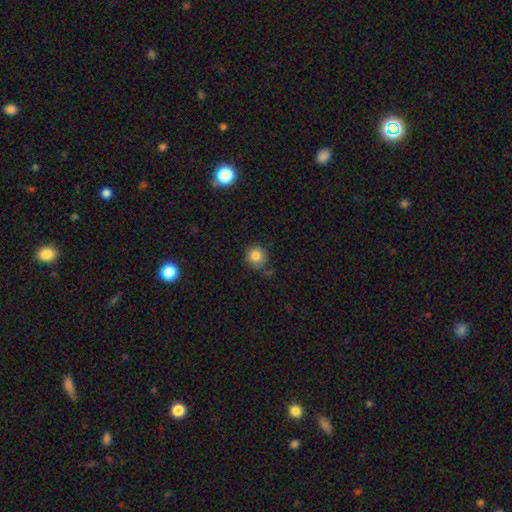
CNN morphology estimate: smooth 83%, star or artifact 11%, featured or disk 6%. Down the decision tree: how rounded — round (92%); merging — none (79%).